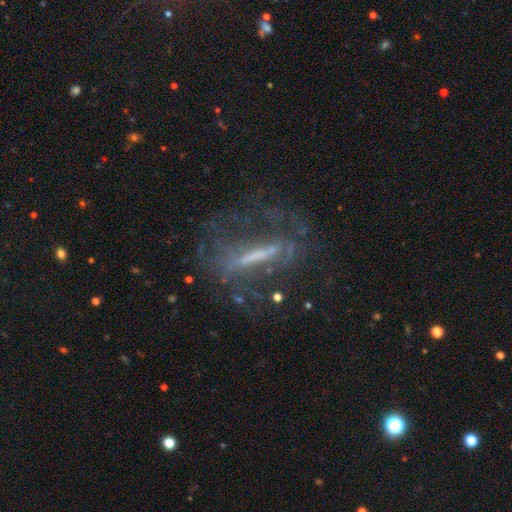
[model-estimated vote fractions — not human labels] Smooth or featured: featured or disk — 71% (smooth — 16%)
Edge-on disk: no — 65% (yes — 35%)
Merging: none — 55% (major disturbance — 25%)